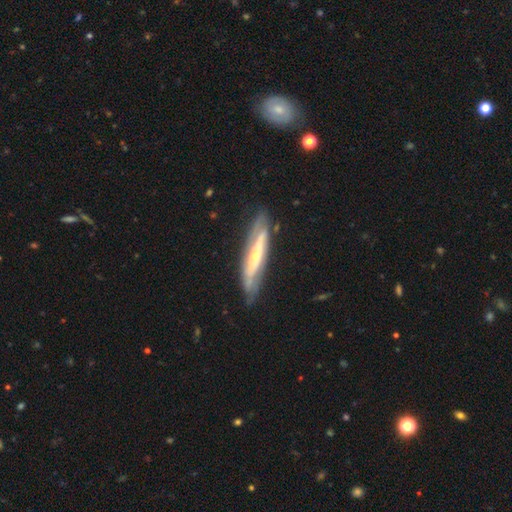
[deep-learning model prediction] This appears to be a featured or disk galaxy (72%) viewed edge-on (52%). Merging: none (72%).